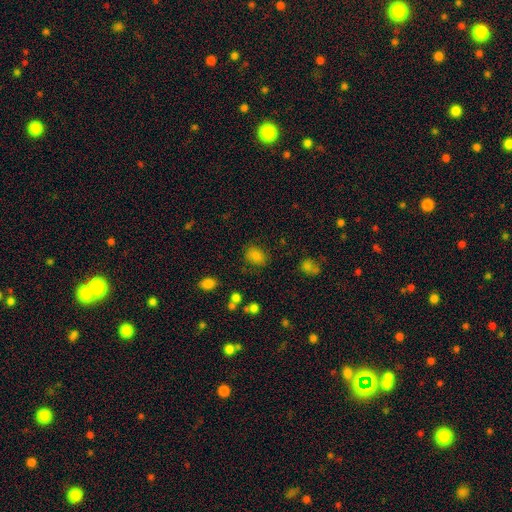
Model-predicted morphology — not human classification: smooth 81%, star or artifact 13%, featured or disk 6%. Down the decision tree: how rounded — in between (58%); merging — none (78%).